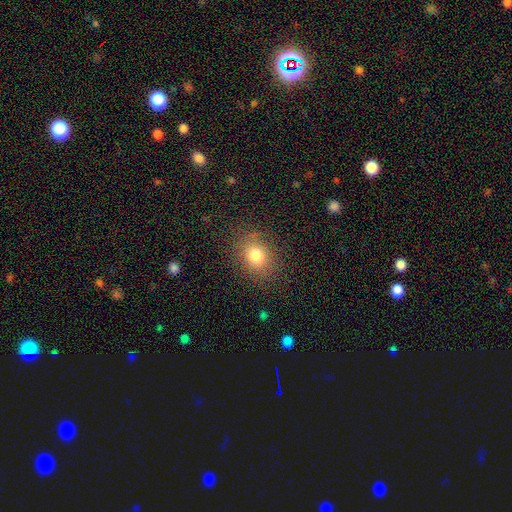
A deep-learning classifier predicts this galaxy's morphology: This is likely a smooth galaxy (79%). How rounded: possibly in between (50%). Merging: clearly none (83%).